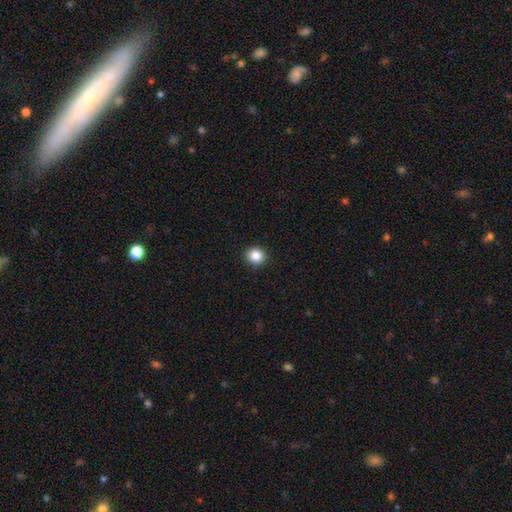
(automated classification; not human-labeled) This appears to be a smooth galaxy with no disk features (85%) that is round (90%). Merging: none (93%).